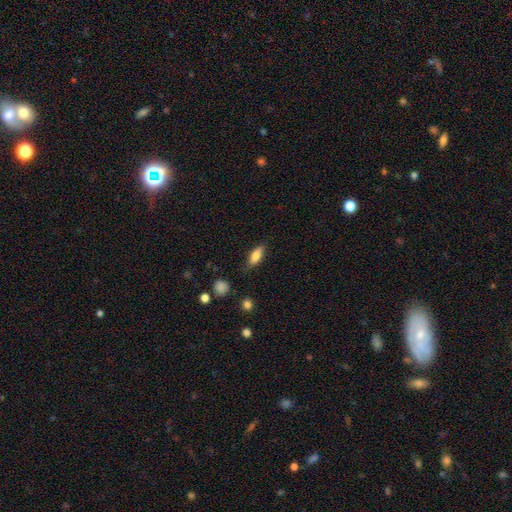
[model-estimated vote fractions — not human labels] Smooth or featured? Predicted: smooth (p=0.76). How rounded? Predicted: in between (p=0.69). Merging? Predicted: none (p=0.79).